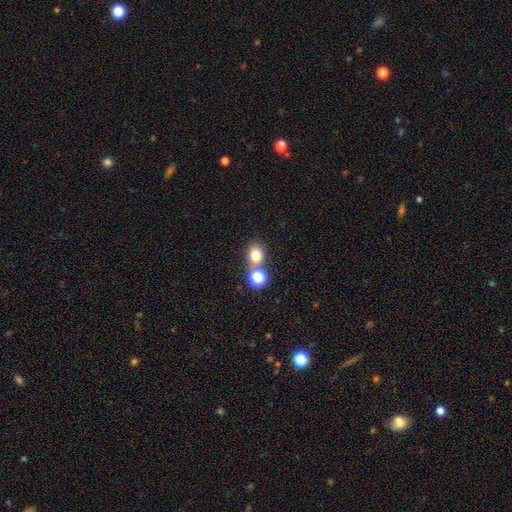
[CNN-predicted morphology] Smooth or featured? Predicted: smooth (p=0.77). How rounded? Predicted: round (p=0.65). Merging? Predicted: none (p=0.57).